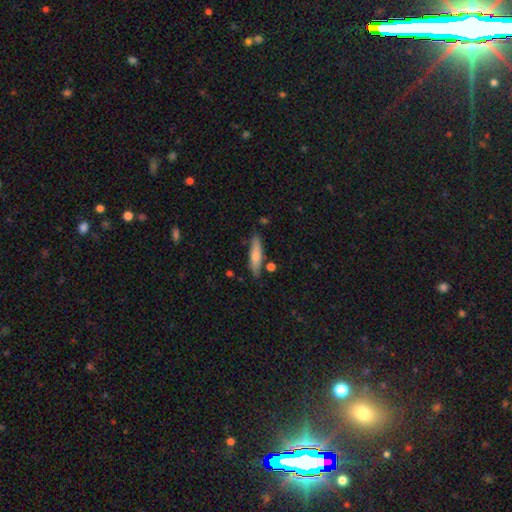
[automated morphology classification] smooth_or_featured: smooth (p=0.72) [alt: featured or disk p=0.22]
how_rounded: cigar-shaped (p=0.75) [alt: in between p=0.23]
merging: none (p=0.78) [alt: minor disturbance p=0.14]